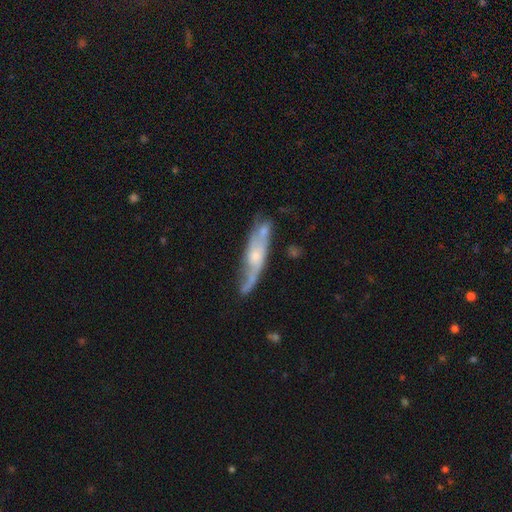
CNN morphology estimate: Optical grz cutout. It shows a featured or disk galaxy (68%). Merging: none (59%).